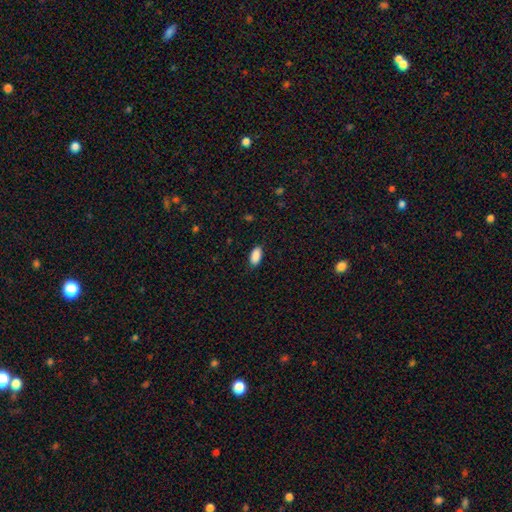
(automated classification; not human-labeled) smooth 90%, star or artifact 7%, featured or disk 3%. Down the decision tree: how rounded — in between (93%); merging — none (85%).